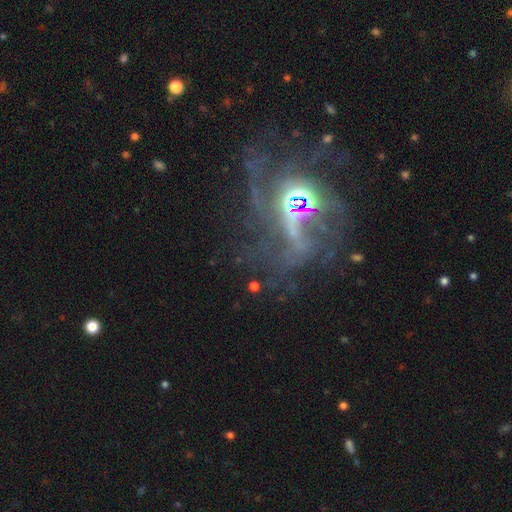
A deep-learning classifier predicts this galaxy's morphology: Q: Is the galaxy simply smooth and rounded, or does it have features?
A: featured or disk — 53%.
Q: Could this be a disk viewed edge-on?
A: no — 88%.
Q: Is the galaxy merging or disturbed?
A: none — 37%.